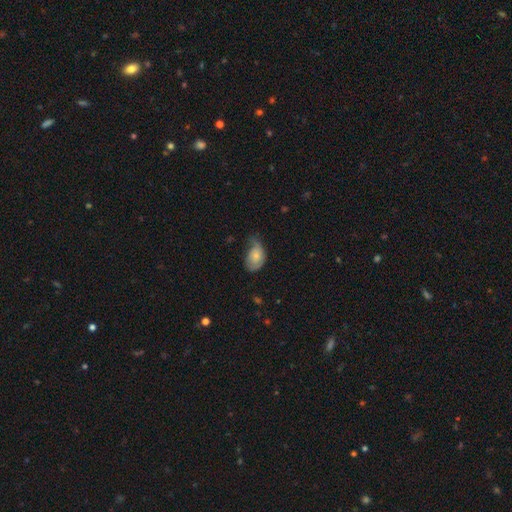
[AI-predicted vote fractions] The model was most divided on "merging": minor disturbance: 44%, major disturbance: 27%, none: 26%, merger: 3%. More confident: how rounded — in between (83%); smooth or featured — smooth (67%).